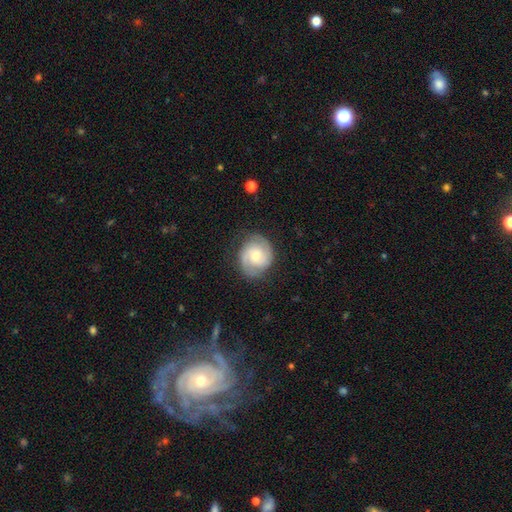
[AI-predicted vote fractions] This appears to be a featured or disk galaxy (74%) with no bar (58%), 2 (83%) tight (47%) spiral arms (95%) and a moderate central bulge (48%). Merging: none (79%).